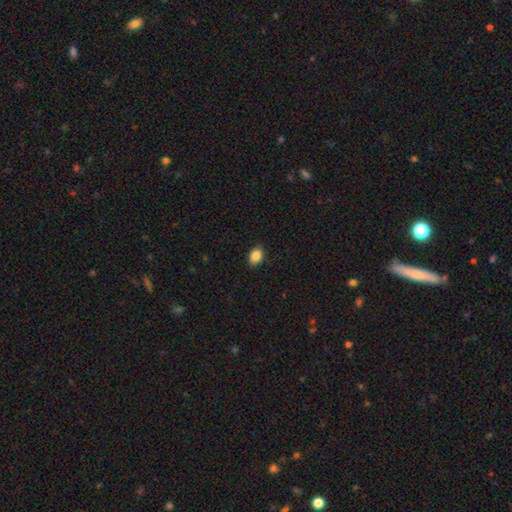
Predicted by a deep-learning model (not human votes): Smooth or featured?
  - smooth: 87% *
  - star or artifact: 9%
  - featured or disk: 4%
How rounded?
  - in between: 77% *
  - round: 22%
  - cigar-shaped: 1%
Merging?
  - none: 89% *
  - minor disturbance: 8%
  - major disturbance: 2%
  - merger: 1%